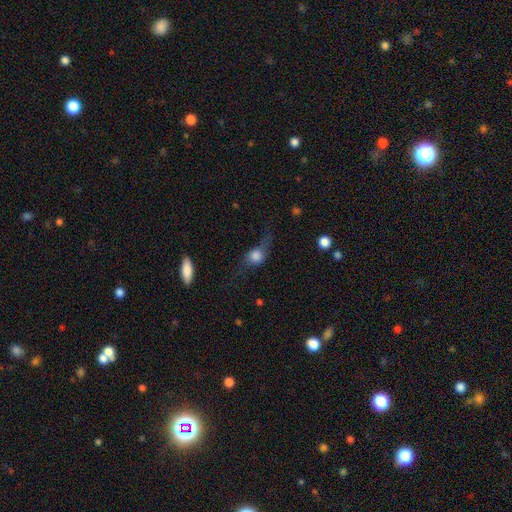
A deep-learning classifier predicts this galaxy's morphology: Smooth or featured? Predicted: smooth (p=0.64). How rounded? Predicted: round (p=0.56). Merging? Predicted: none (p=0.42).